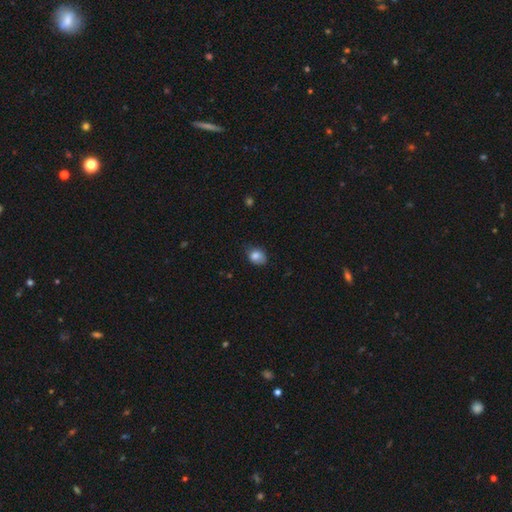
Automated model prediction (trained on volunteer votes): This is clearly a smooth galaxy (82%). How rounded: likely in between (63%). Merging: likely none (65%).